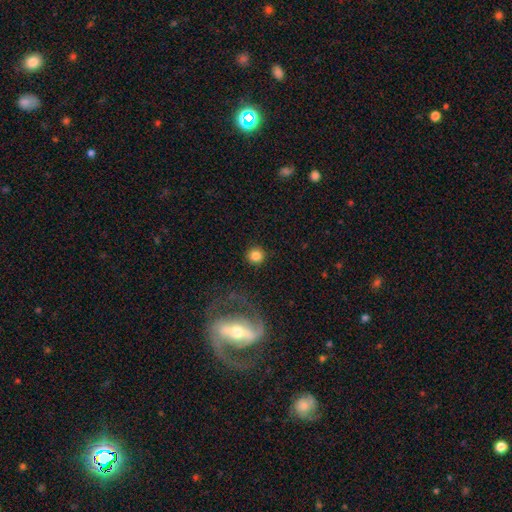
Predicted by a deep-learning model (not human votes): This is clearly a smooth galaxy (82%). How rounded: clearly round (94%). Merging: clearly none (90%).